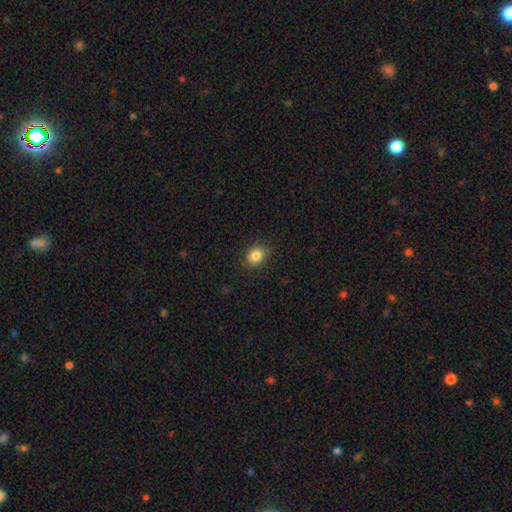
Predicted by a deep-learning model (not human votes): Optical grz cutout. It shows a smooth galaxy with no disk features (85%) that is round (65%). Merging: none (86%).